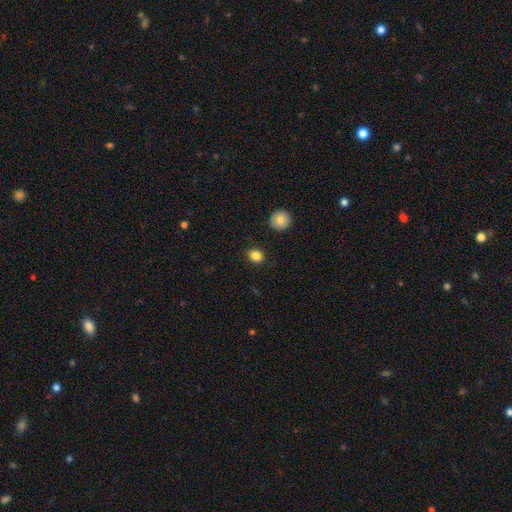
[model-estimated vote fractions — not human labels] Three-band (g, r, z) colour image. It shows a smooth galaxy with no disk features (85%) that is round (66%). Merging: none (89%).